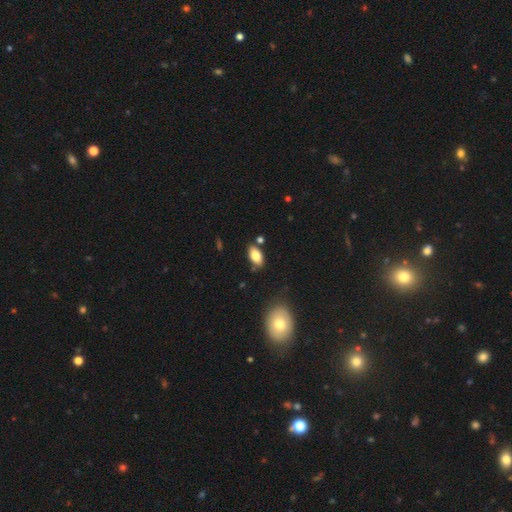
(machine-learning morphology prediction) Smooth or featured? smooth (80%)
How rounded? in between (91%)
Merging? none (79%)